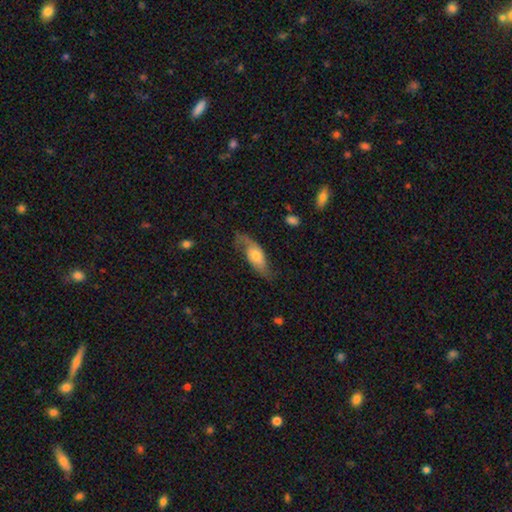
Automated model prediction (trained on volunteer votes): This is likely a featured or disk galaxy (61%). It is clearly not viewed edge-on (87%). Bar: likely no (69%). Spiral arm pattern: clearly yes (86%). Central bulge: possibly moderate (56%). Merging: possibly none (59%).